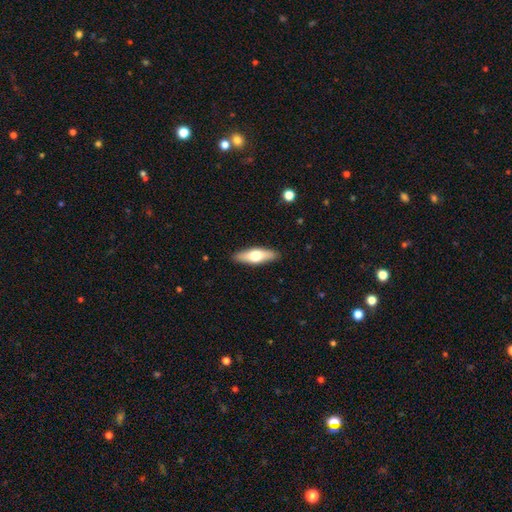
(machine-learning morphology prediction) smooth-or-featured: smooth: 57% | featured or disk: 38% | star or artifact: 5%
  how-rounded: in between: 50% | cigar-shaped: 48% | round: 2%
  merging: none: 89% | minor disturbance: 8% | major disturbance: 2% | merger: 1%